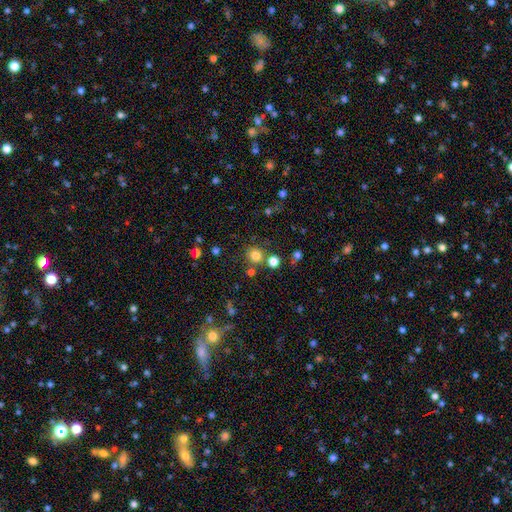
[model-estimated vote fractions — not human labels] This is likely a smooth galaxy (78%). How rounded: clearly round (89%). Merging: likely none (75%).